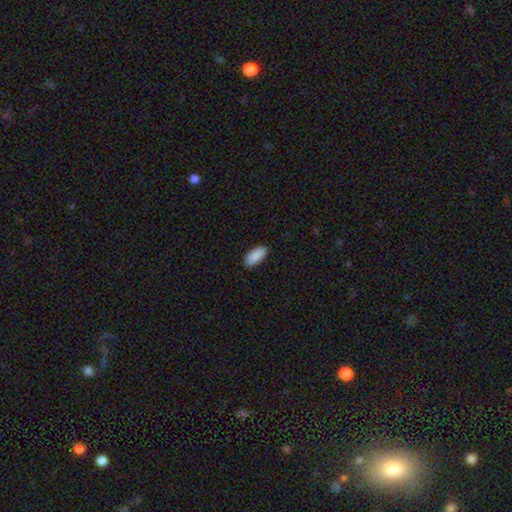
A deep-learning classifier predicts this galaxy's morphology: Smooth or featured? smooth (91%)
How rounded? in between (89%)
Merging? none (88%)